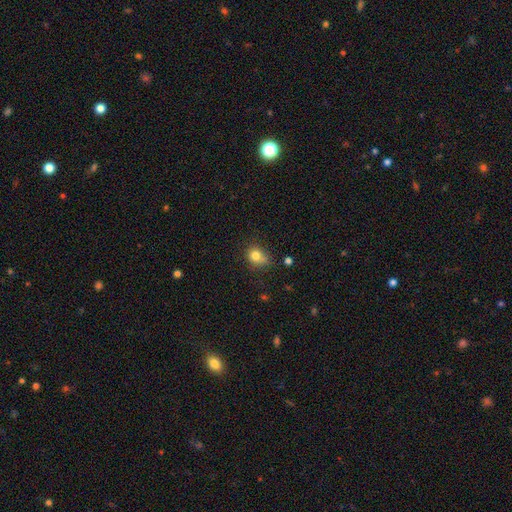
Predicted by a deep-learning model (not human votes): A smooth galaxy with no disk features (80%) that is round (67%). Merging: none (55%).